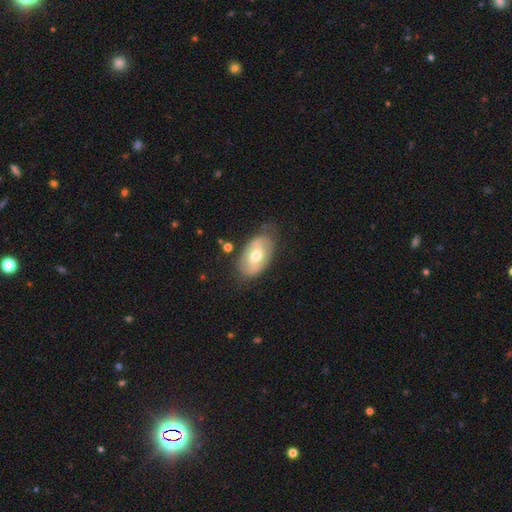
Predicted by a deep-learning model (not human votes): A smooth galaxy with no disk features (47%).

Vote fractions:
- Smooth or featured? smooth: 47% / featured or disk: 46% / star or artifact: 7%
- Merging? none: 71% / minor disturbance: 21% / major disturbance: 6% / merger: 2%